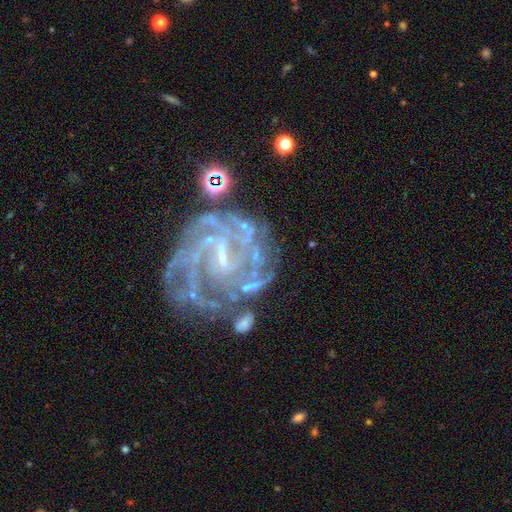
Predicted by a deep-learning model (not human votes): Q: Smooth or featured?
A: featured or disk (85%); runner-up: star or artifact (9%)
Q: Edge-on disk?
A: no (98%); runner-up: yes (2%)
Q: Bar?
A: weak (48%); runner-up: strong (33%)
Q: Spiral arms?
A: yes (92%); runner-up: no (8%)
Q: Spiral winding?
A: tight (59%); runner-up: medium (32%)
Q: Spiral arm count?
A: can't tell (32%); runner-up: 4 (19%)
Q: Bulge size?
A: small (42%); runner-up: none (35%)
Q: Merging?
A: none (55%); runner-up: minor disturbance (20%)